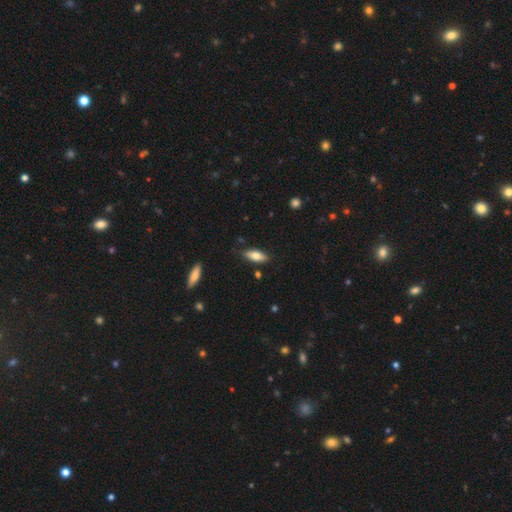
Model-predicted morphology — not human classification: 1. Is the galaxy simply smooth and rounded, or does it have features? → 74% smooth, 20% featured or disk, 6% star or artifact.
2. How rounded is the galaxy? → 72% in between, 25% cigar-shaped, 2% round.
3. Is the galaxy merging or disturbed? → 83% none, 13% minor disturbance, 2% major disturbance, 2% merger.